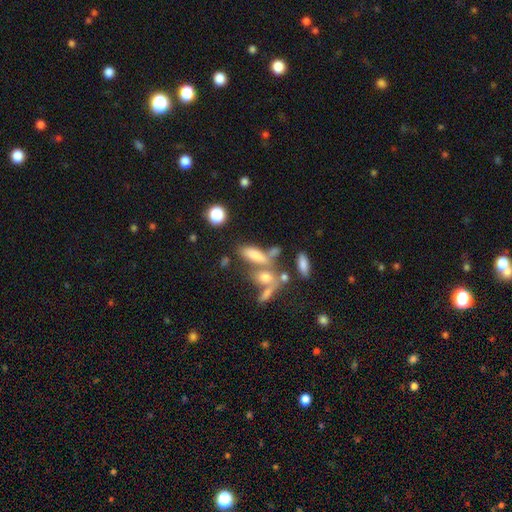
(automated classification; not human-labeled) Morphology: type=smooth (64%); roundness=in between (59%); merging=merger (40%).